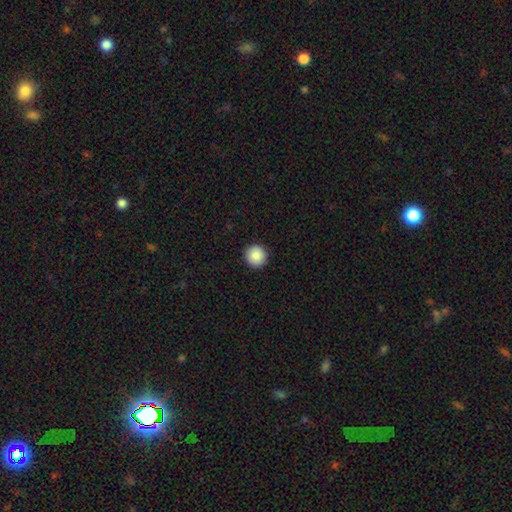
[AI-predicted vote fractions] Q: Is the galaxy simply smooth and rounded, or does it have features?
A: smooth — 87%.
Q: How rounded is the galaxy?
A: round — 95%.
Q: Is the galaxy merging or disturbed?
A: none — 93%.